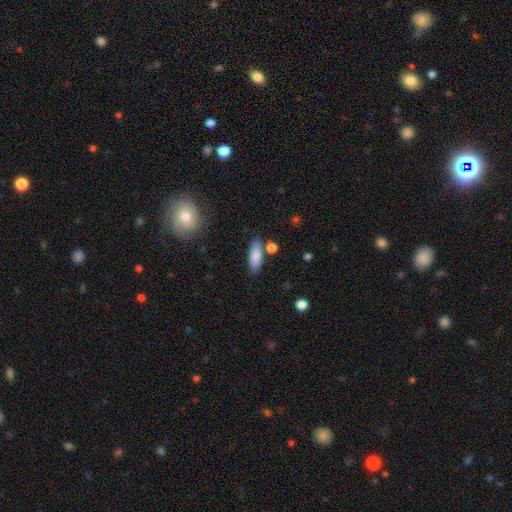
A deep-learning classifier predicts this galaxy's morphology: This appears to be a smooth galaxy with no disk features (83%) that is in between round and cigar-shaped (64%). Merging: none (78%).